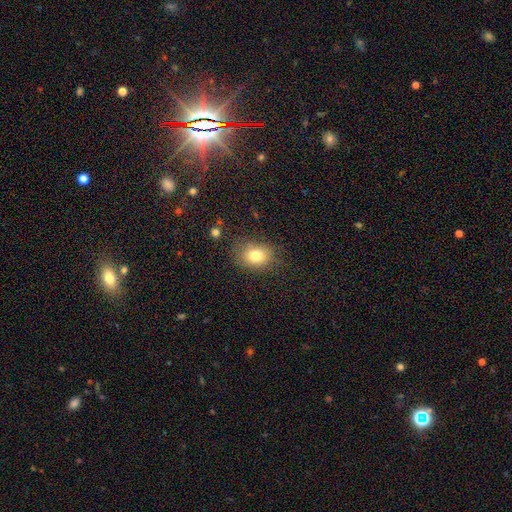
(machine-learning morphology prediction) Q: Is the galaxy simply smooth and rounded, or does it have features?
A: smooth — 79%.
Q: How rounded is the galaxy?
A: in between — 60%.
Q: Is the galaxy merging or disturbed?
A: none — 76%.